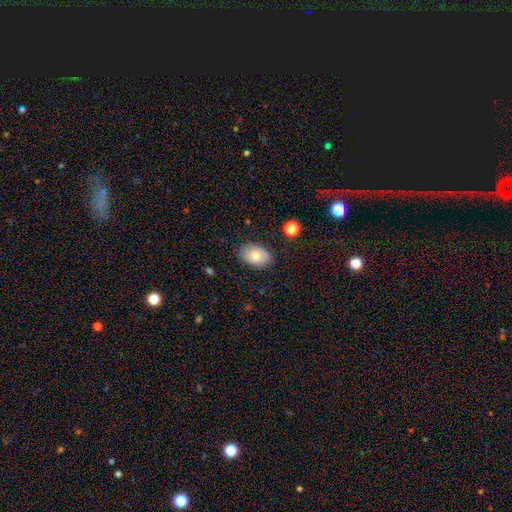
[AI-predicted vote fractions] smooth 78%, featured or disk 14%, star or artifact 8%. Down the decision tree: how rounded — in between (88%); merging — none (84%).